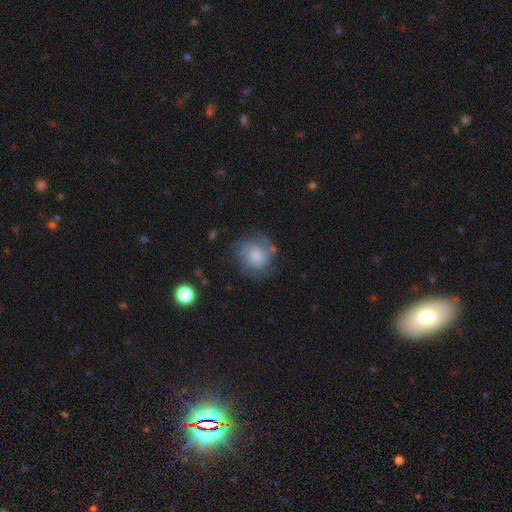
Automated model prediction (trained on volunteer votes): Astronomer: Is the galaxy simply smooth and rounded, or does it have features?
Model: smooth — 57% (runner-up: featured or disk, 35%).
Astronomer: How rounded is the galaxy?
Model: round — 80%.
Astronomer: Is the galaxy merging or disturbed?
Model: none — 60%.